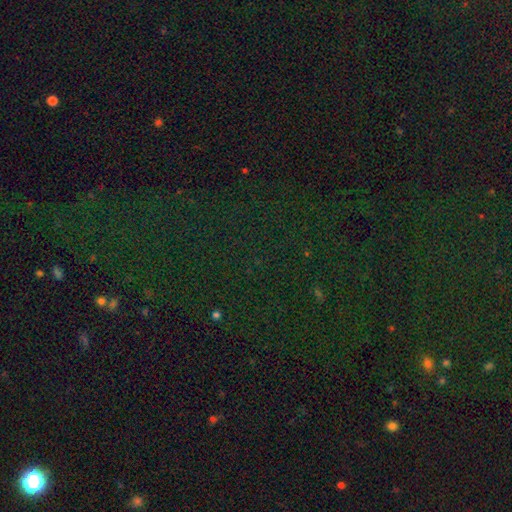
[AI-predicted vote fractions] Smooth or featured? star or artifact (81%)